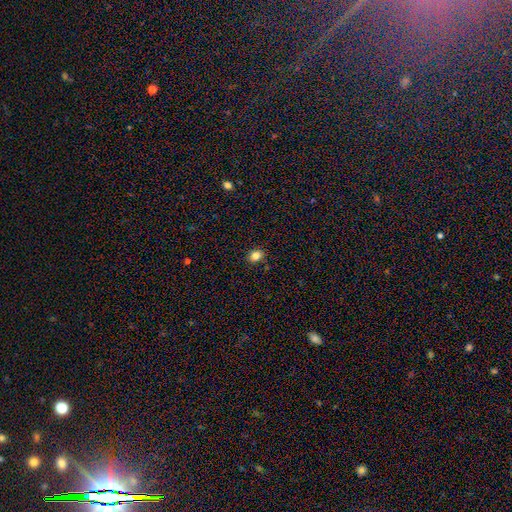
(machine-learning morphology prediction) Smooth or featured: smooth — 84% (star or artifact — 11%)
How rounded: in between — 50% (round — 49%)
Merging: none — 89% (minor disturbance — 8%)